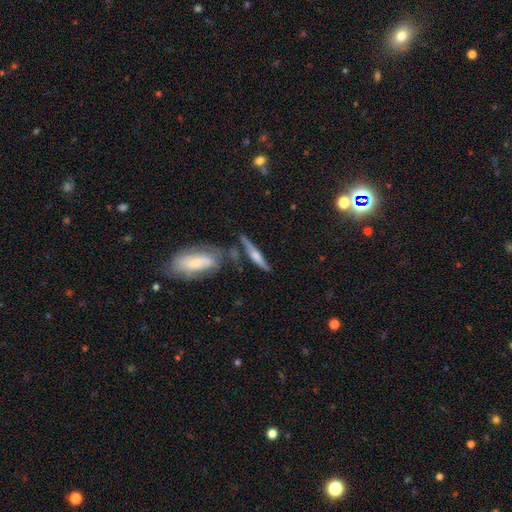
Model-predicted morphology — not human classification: Smooth or featured: featured or disk — 59% (smooth — 35%)
Edge-on disk: yes — 90% (no — 10%)
Edge-on bulge: rounded — 81% (none — 10%)
Merging: none — 63% (minor disturbance — 16%)